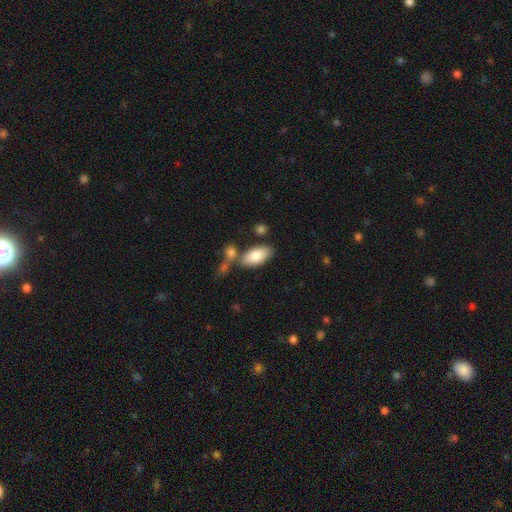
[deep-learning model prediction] smooth 82%, featured or disk 12%, star or artifact 6%. Down the decision tree: how rounded — in between (92%); merging — none (65%).